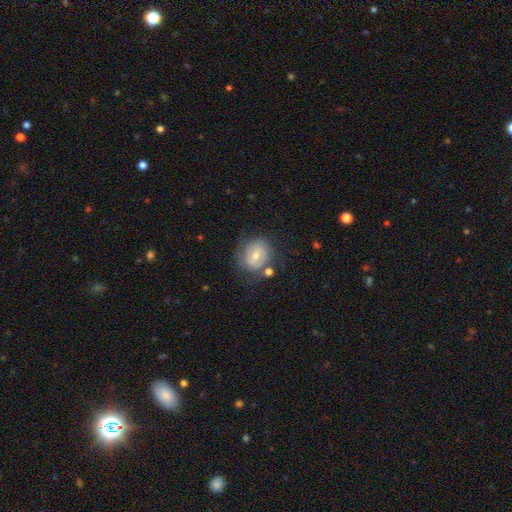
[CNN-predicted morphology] smooth-or-featured: featured or disk: 55% | smooth: 38% | star or artifact: 8%
  disk-edge-on: no: 96% | yes: 4%
    bar: weak: 48% | no: 35% | strong: 17%
    has-spiral-arms: yes: 68% | no: 32%
    bulge-size: moderate: 50% | small: 45% | large: 2% | none: 2% | dominant: 1%
  merging: none: 59% | minor disturbance: 21% | major disturbance: 12% | merger: 7%